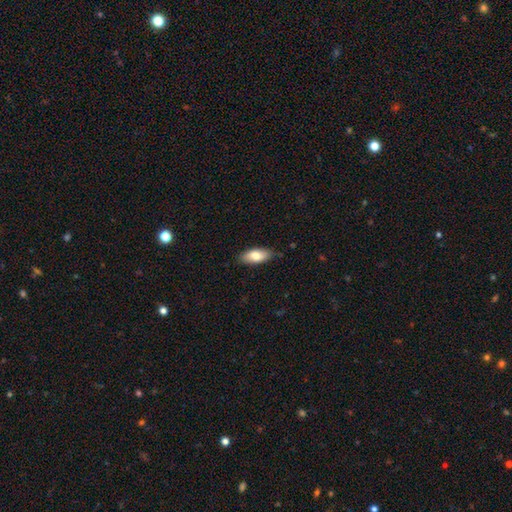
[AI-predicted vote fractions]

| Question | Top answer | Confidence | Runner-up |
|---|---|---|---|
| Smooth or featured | smooth | 78% | featured or disk (16%) |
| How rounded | in between | 86% | cigar-shaped (12%) |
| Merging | none | 83% | minor disturbance (14%) |